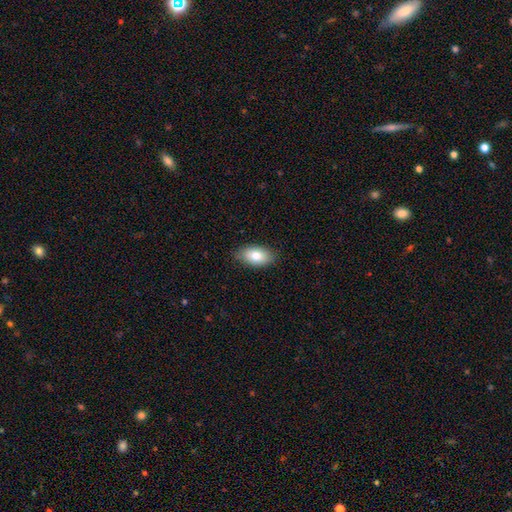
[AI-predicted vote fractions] smooth_or_featured: smooth (p=0.80) [alt: featured or disk p=0.13]
how_rounded: in between (p=0.92) [alt: round p=0.05]
merging: none (p=0.85) [alt: minor disturbance p=0.12]